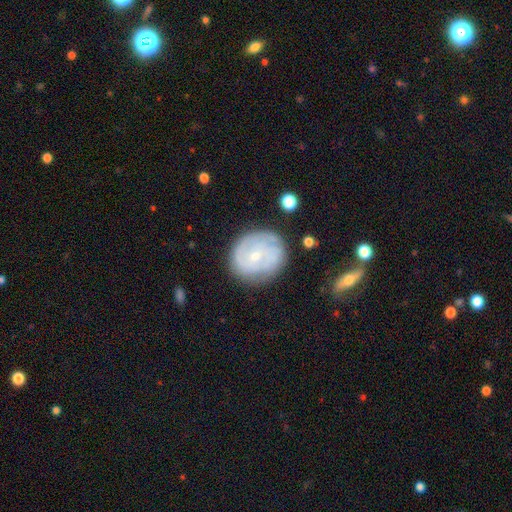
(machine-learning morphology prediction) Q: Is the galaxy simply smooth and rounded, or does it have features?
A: featured or disk — 65%.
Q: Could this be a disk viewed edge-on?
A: no — 97%.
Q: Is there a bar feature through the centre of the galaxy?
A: no — 75%.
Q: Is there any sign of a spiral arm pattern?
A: yes — 77%.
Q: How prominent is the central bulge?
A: small — 73%.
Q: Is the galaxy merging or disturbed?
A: none — 74%.